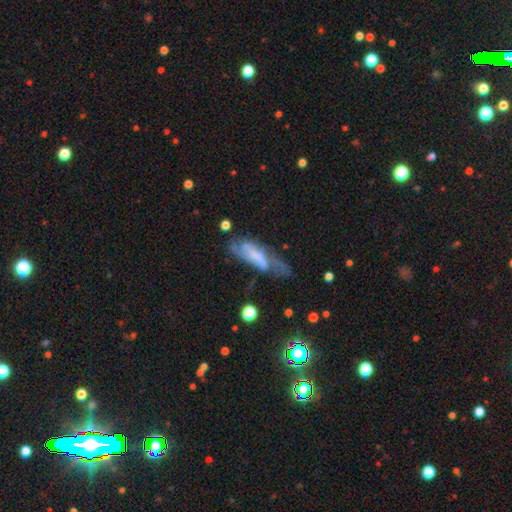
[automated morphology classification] smooth_or_featured: featured or disk (p=0.52) [alt: smooth p=0.37]
disk_edge_on: no (p=0.76) [alt: yes p=0.24]
merging: major disturbance (p=0.37) [alt: none p=0.28]